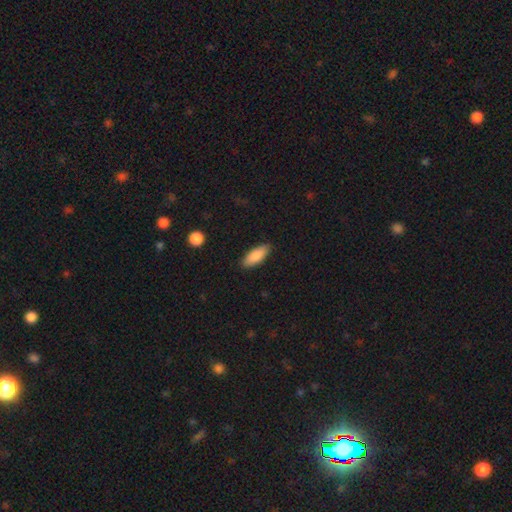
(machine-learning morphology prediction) Overall: smooth (86%). How rounded: in between (75%). Merging: none (87%).